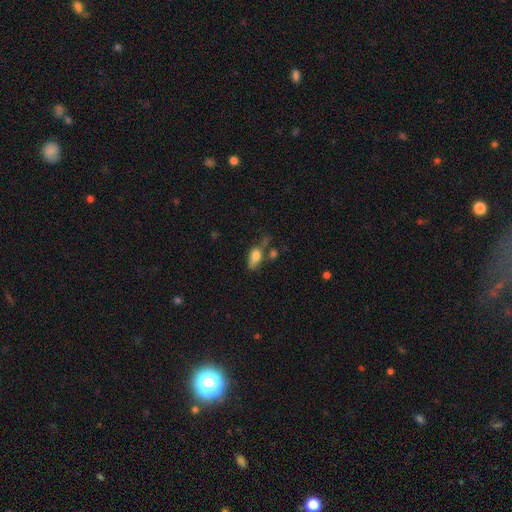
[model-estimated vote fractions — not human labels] Smooth or featured? smooth (75%)
How rounded? in between (81%)
Merging? none (38%)